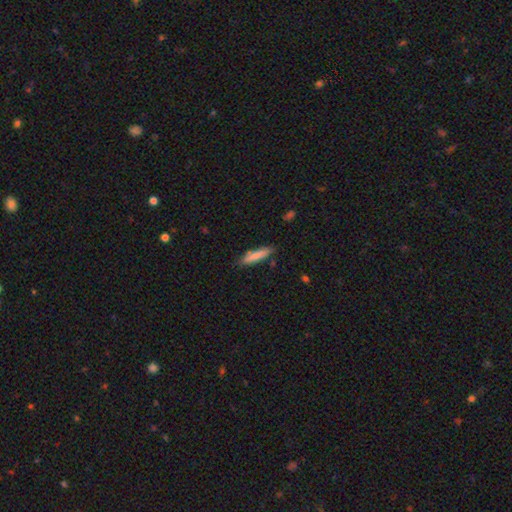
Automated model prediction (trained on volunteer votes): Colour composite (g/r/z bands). It shows a smooth galaxy with no disk features (81%) that is cigar-shaped (83%). Merging: none (83%).